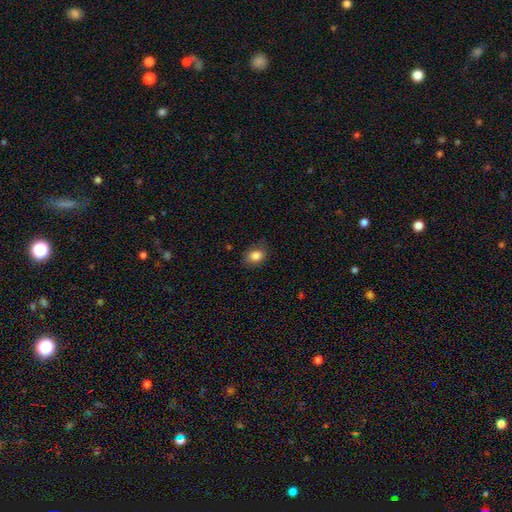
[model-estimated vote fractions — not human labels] Smooth or featured: smooth — 84% (star or artifact — 9%)
How rounded: in between — 69% (round — 30%)
Merging: none — 78% (minor disturbance — 17%)